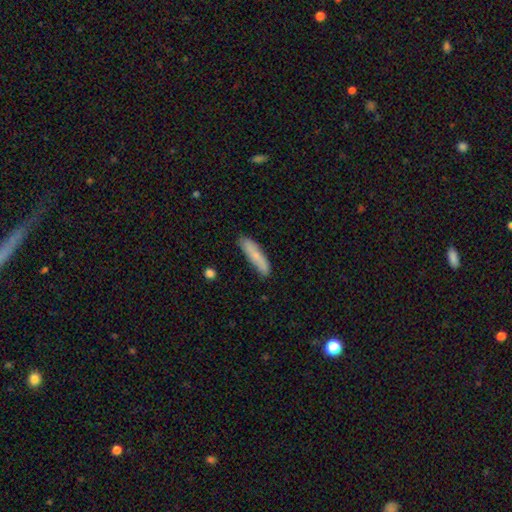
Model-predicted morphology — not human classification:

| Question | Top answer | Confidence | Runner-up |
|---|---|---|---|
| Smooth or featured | smooth | 71% | featured or disk (23%) |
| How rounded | cigar-shaped | 79% | in between (19%) |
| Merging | none | 82% | minor disturbance (14%) |